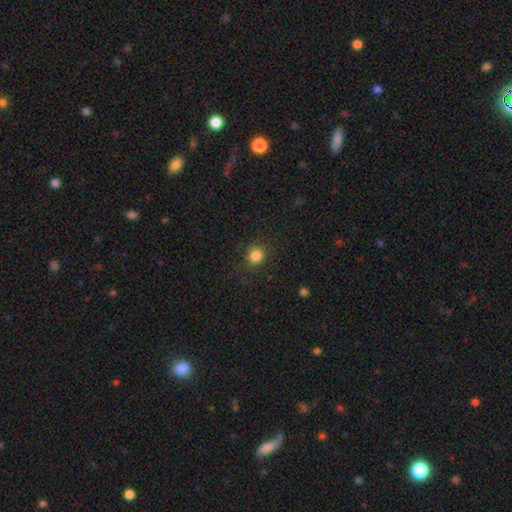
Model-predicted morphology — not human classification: The model was most divided on "smooth or featured": smooth: 83%, star or artifact: 12%, featured or disk: 5%. More confident: how rounded — round (87%); merging — none (84%).